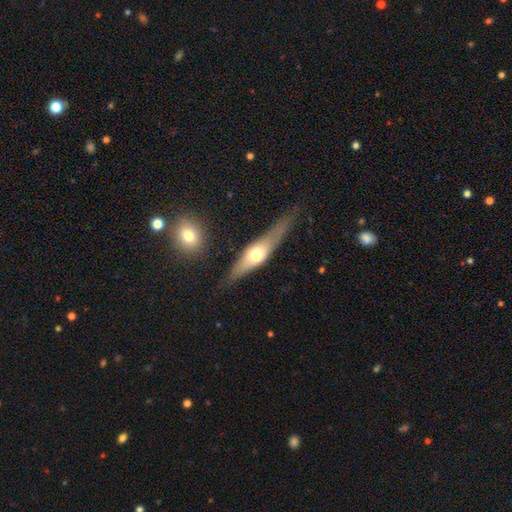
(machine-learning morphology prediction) Smooth or featured? featured or disk (58%)
Edge-on disk? yes (87%)
Edge-on bulge? rounded (90%)
Merging? none (73%)